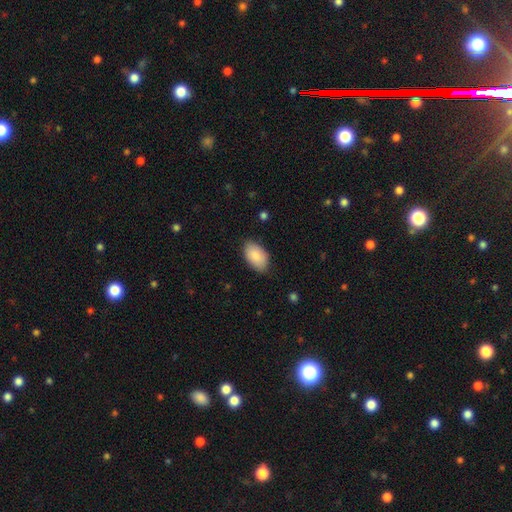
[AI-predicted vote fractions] This is clearly a smooth galaxy (86%). How rounded: clearly in between (94%). Merging: clearly none (82%).